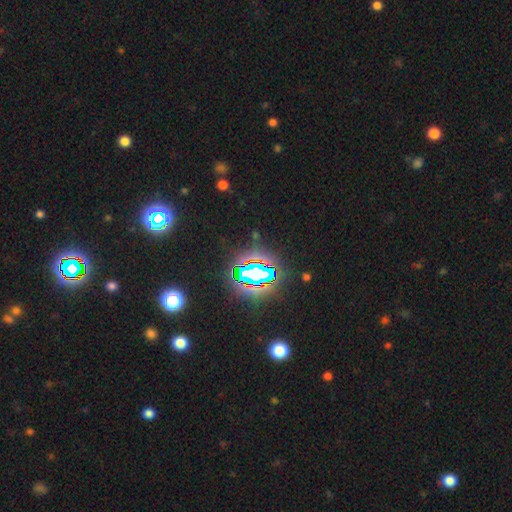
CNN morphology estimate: smooth-or-featured: star or artifact: 83% | smooth: 10% | featured or disk: 7%